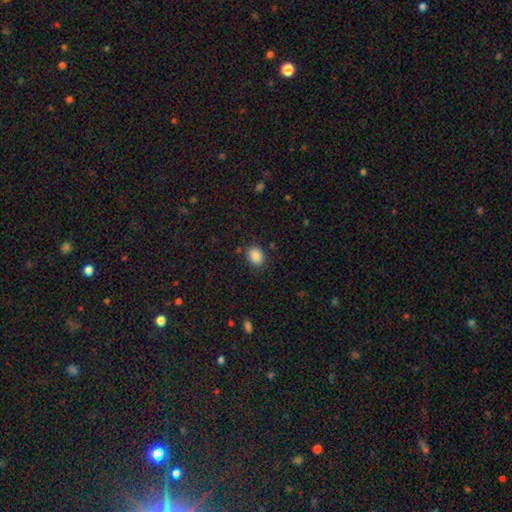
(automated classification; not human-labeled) Smooth or featured: smooth — 88% (star or artifact — 9%)
How rounded: in between — 60% (round — 39%)
Merging: none — 83% (minor disturbance — 12%)